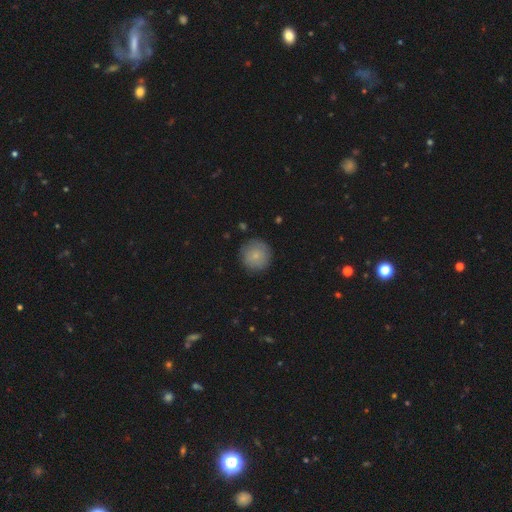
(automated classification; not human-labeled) This is clearly a smooth galaxy (81%). How rounded: clearly round (95%). Merging: clearly none (87%).